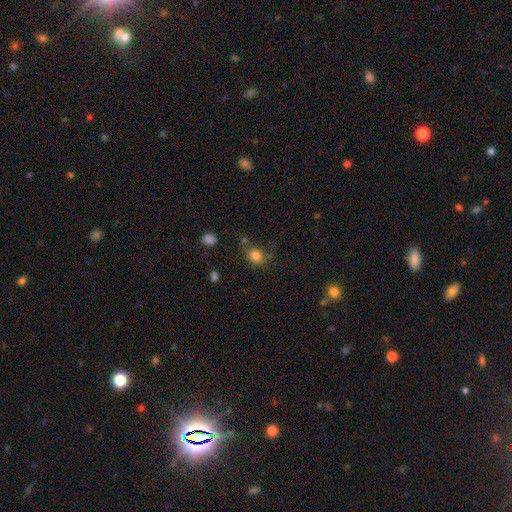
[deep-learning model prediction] smooth 81%, star or artifact 12%, featured or disk 6%. Down the decision tree: how rounded — round (68%); merging — none (67%).